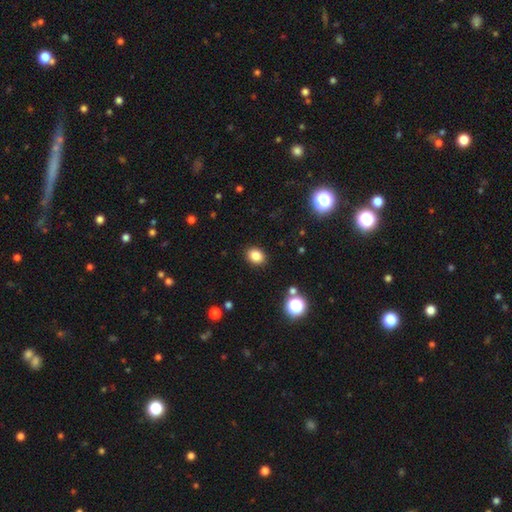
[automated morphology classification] Q: Smooth or featured?
A: smooth (84%); runner-up: star or artifact (11%)
Q: How rounded?
A: in between (55%); runner-up: round (44%)
Q: Merging?
A: none (90%); runner-up: minor disturbance (7%)